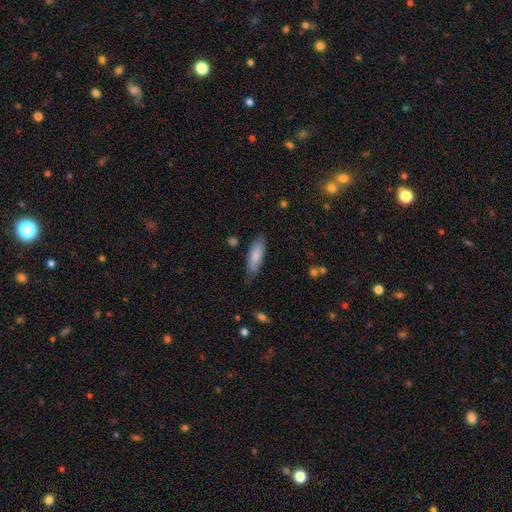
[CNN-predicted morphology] Smooth or featured? smooth (83%)
How rounded? in between (56%)
Merging? none (79%)